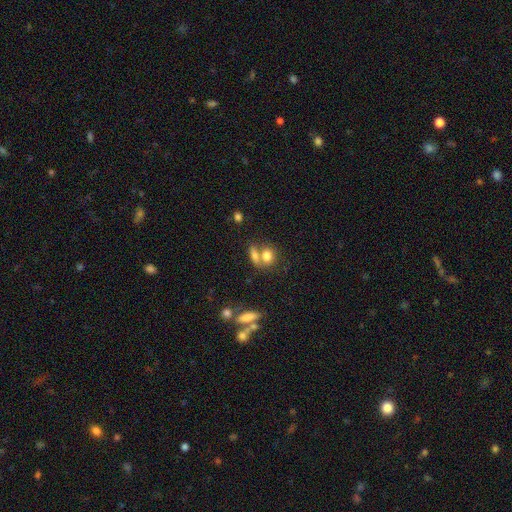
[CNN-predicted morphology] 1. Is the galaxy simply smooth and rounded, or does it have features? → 72% smooth, 15% featured or disk, 13% star or artifact.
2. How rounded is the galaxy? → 50% in between, 44% round, 7% cigar-shaped.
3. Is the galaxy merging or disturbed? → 47% merger, 38% none, 10% minor disturbance, 5% major disturbance.